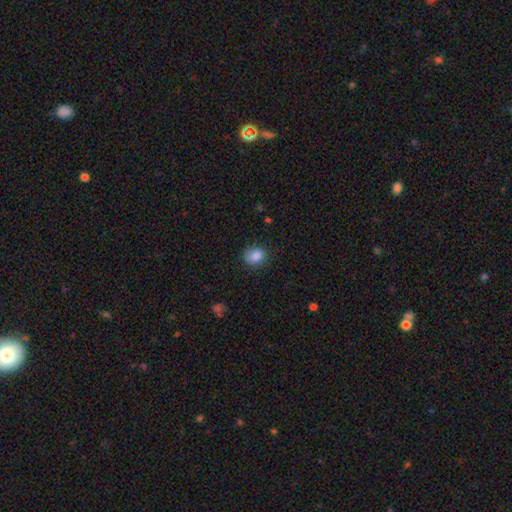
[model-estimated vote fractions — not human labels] Smooth or featured?
  - smooth: 85% *
  - star or artifact: 9%
  - featured or disk: 6%
How rounded?
  - round: 59% *
  - in between: 40%
  - cigar-shaped: 1%
Merging?
  - none: 73% *
  - minor disturbance: 20%
  - major disturbance: 5%
  - merger: 1%